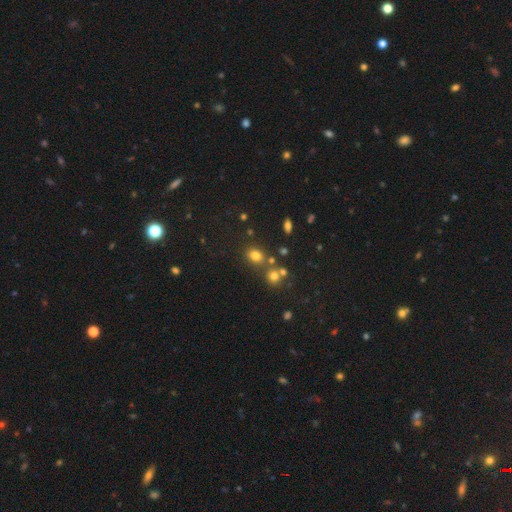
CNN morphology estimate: A smooth galaxy with no disk features (75%) that is in between round and cigar-shaped (52%). Merging: none (70%).